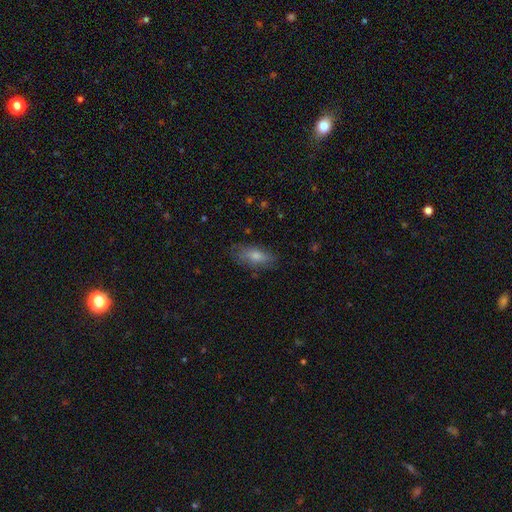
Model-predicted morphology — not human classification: Smooth or featured? Predicted: smooth (p=0.65). How rounded? Predicted: in between (p=0.74). Merging? Predicted: none (p=0.78).